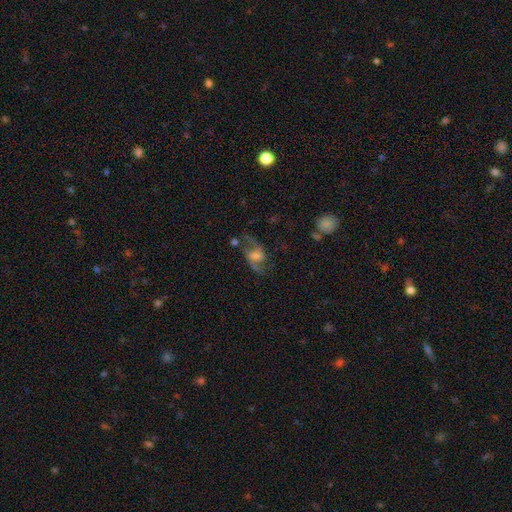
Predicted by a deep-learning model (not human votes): smooth-or-featured: featured or disk: 79% | smooth: 13% | star or artifact: 8%
  disk-edge-on: no: 96% | yes: 4%
    bar: weak: 50% | no: 32% | strong: 18%
    has-spiral-arms: yes: 93% | no: 7%
      spiral-winding: loose: 56% | medium: 38% | tight: 7%
      spiral-arm-count: 2: 91% | can't tell: 3% | 1: 3% | 3: 1% | 4: 1% | more than 4: 1%
    bulge-size: moderate: 38% | small: 28% | large: 16% | none: 15% | dominant: 2%
  merging: none: 64% | minor disturbance: 17% | major disturbance: 14% | merger: 4%